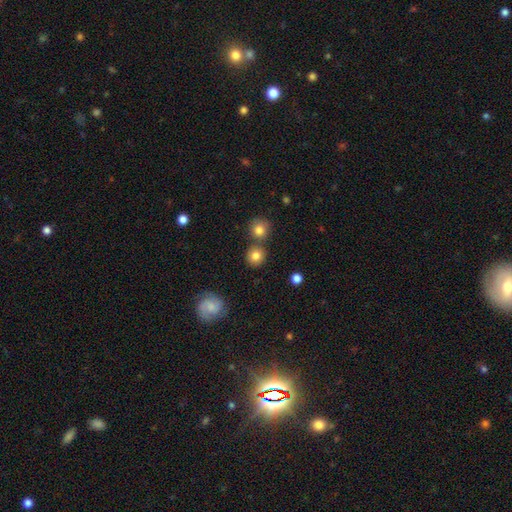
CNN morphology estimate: Q: Smooth or featured?
A: smooth (82%); runner-up: star or artifact (10%)
Q: How rounded?
A: round (89%); runner-up: in between (10%)
Q: Merging?
A: none (73%); runner-up: merger (16%)